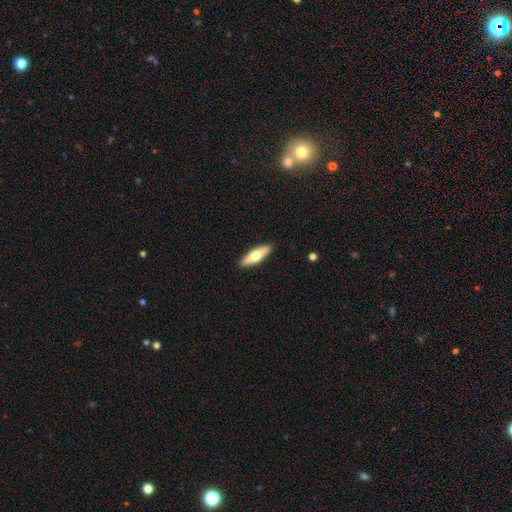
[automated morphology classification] Overall: smooth (61%; featured or disk 33%). How rounded: in between (50%; cigar-shaped 48%). Merging: none (90%).